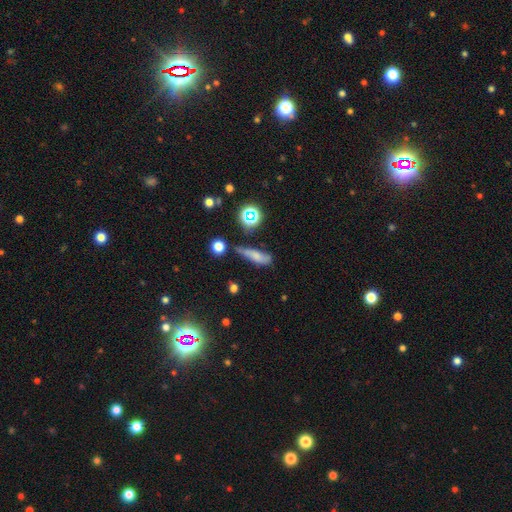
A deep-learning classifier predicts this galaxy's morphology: This is likely a smooth galaxy (63%). How rounded: possibly cigar-shaped (53%). Merging: possibly none (47%).